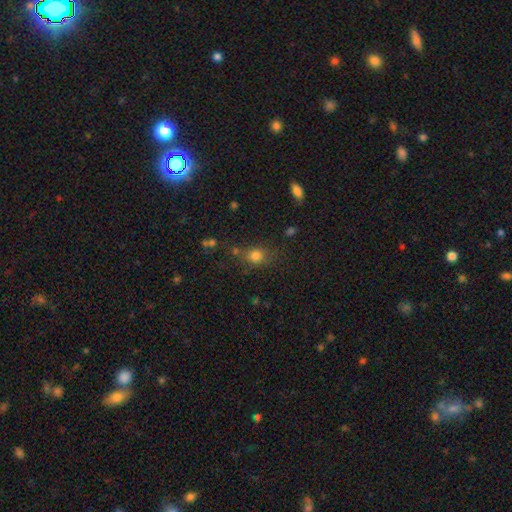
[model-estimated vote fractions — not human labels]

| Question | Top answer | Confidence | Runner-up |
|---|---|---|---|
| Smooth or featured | smooth | 77% | star or artifact (15%) |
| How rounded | round | 61% | in between (37%) |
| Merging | none | 67% | minor disturbance (17%) |